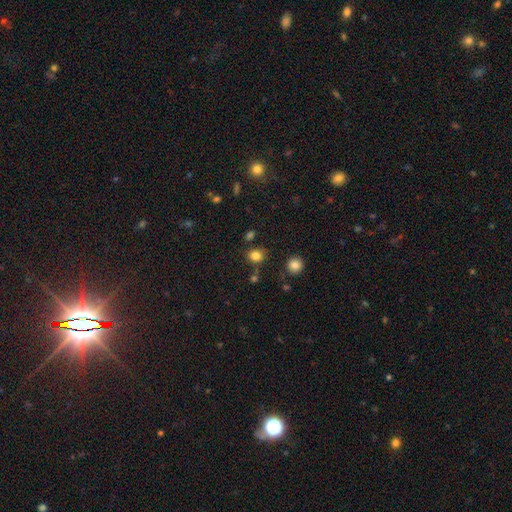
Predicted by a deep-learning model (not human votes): Smooth or featured? Predicted: smooth (p=0.82). How rounded? Predicted: round (p=0.69). Merging? Predicted: none (p=0.77).